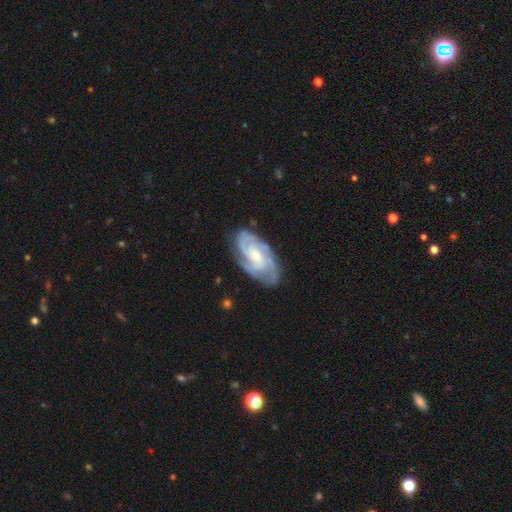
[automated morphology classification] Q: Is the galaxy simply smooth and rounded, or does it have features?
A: featured or disk — 86%.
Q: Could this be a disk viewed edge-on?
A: no — 97%.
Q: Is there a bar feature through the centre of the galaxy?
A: no — 56%.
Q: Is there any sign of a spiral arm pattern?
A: yes — 97%.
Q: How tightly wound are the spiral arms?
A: tight — 56%.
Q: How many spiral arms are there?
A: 3 — 41%.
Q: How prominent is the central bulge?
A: moderate — 46%.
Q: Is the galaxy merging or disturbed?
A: none — 76%.